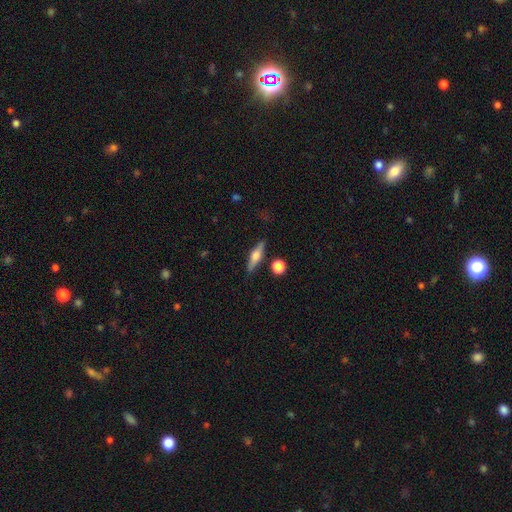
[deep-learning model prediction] featured or disk 53%, smooth 39%, star or artifact 8%. Down the decision tree: edge-on disk — yes (94%); merging — none (83%).